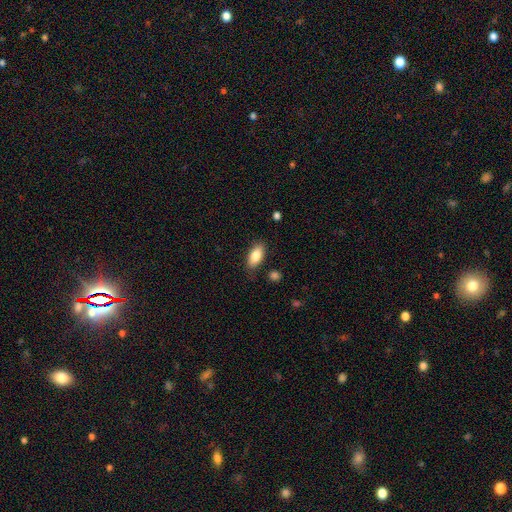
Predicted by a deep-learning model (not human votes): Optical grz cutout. It shows a smooth galaxy with no disk features (82%) that is in between round and cigar-shaped (88%). Merging: none (84%).